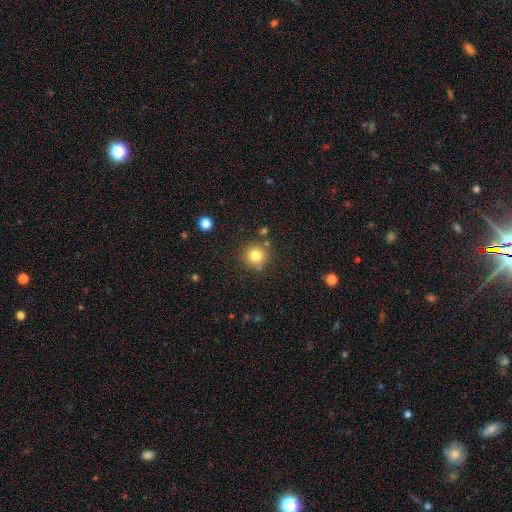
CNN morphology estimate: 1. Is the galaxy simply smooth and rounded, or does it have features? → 80% smooth, 12% star or artifact, 8% featured or disk.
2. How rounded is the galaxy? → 94% round, 5% in between, 1% cigar-shaped.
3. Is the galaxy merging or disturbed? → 81% none, 10% minor disturbance, 7% merger, 3% major disturbance.